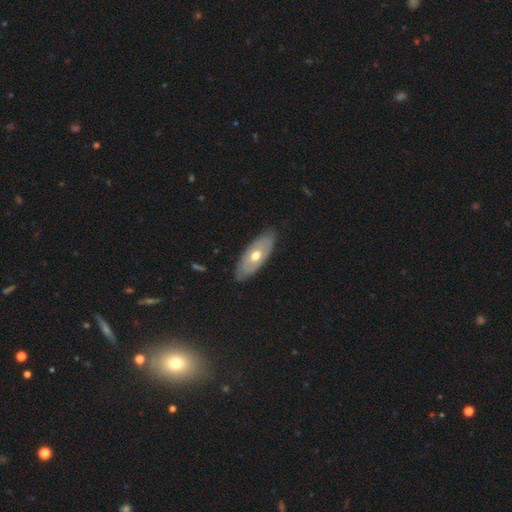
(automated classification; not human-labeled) A featured or disk galaxy (53%).

Vote fractions:
- Smooth or featured? featured or disk: 53% / smooth: 42% / star or artifact: 5%
- Edge-on disk? no: 75% / yes: 25%
- Merging? none: 83% / minor disturbance: 13% / major disturbance: 2% / merger: 1%